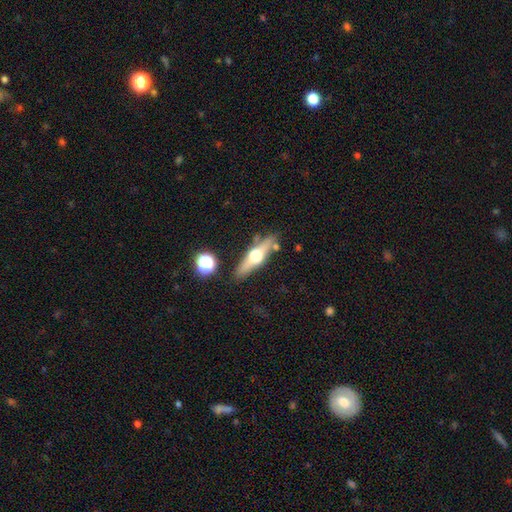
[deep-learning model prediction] smooth-or-featured: featured or disk: 64% | smooth: 29% | star or artifact: 7%
  disk-edge-on: yes: 93% | no: 7%
    edge-on-bulge: rounded: 95% | boxy: 3% | none: 2%
  merging: none: 81% | minor disturbance: 11% | merger: 5% | major disturbance: 3%